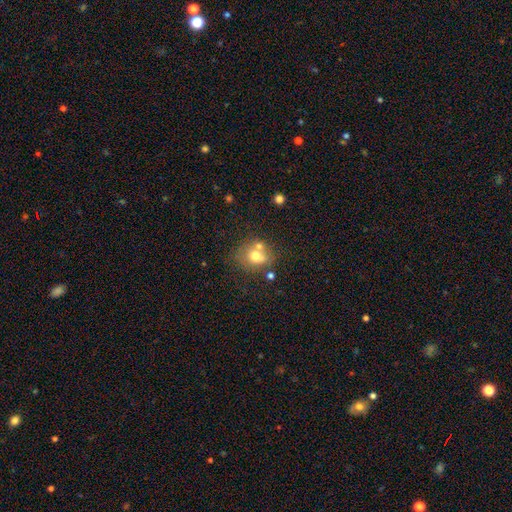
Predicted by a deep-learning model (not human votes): smooth 68%, featured or disk 21%, star or artifact 11%. Down the decision tree: how rounded — round (58%); merging — none (46%).